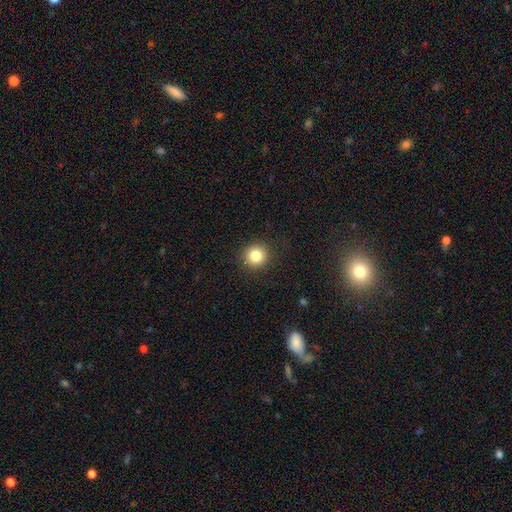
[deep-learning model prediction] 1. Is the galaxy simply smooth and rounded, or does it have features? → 82% smooth, 11% star or artifact, 6% featured or disk.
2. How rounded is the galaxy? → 93% round, 6% in between, 1% cigar-shaped.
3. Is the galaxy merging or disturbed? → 91% none, 5% minor disturbance, 2% major disturbance, 1% merger.